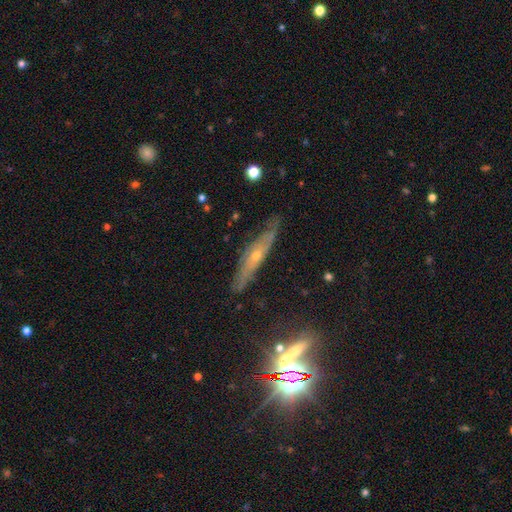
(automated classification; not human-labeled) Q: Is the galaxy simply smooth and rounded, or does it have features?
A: featured or disk — 67%.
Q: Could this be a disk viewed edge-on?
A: yes — 67%.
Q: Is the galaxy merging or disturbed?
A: none — 74%.